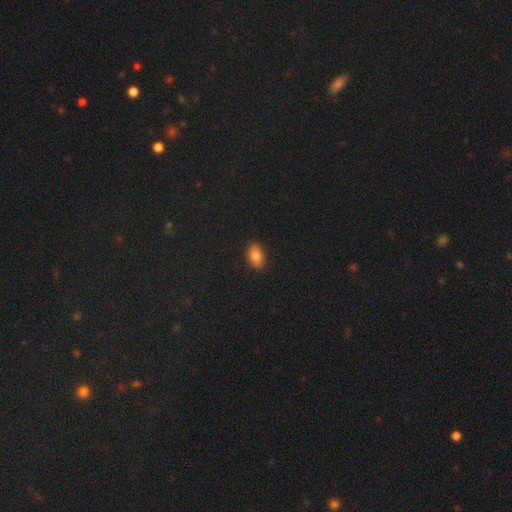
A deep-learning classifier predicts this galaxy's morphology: Smooth or featured? smooth (81%)
How rounded? in between (86%)
Merging? none (88%)